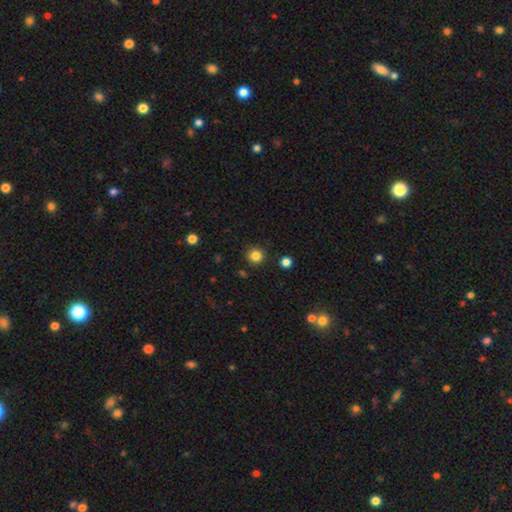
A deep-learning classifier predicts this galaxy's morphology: This appears to be a smooth galaxy with no disk features (83%) that is round (94%). Merging: none (90%).